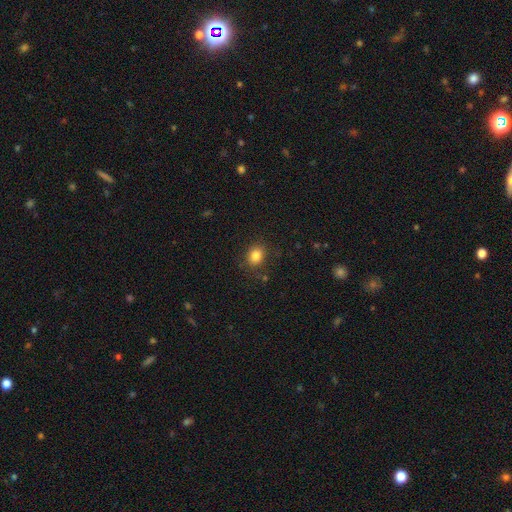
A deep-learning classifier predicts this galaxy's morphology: Overall: smooth (83%). How rounded: round (62%; in between 37%). Merging: none (85%).